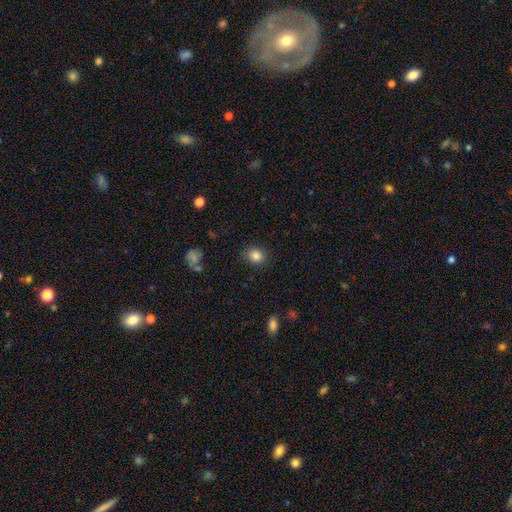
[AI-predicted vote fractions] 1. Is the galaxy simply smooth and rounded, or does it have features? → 85% smooth, 10% star or artifact, 5% featured or disk.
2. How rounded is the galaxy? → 67% round, 32% in between, 1% cigar-shaped.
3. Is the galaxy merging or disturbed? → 86% none, 10% minor disturbance, 3% major disturbance, 1% merger.